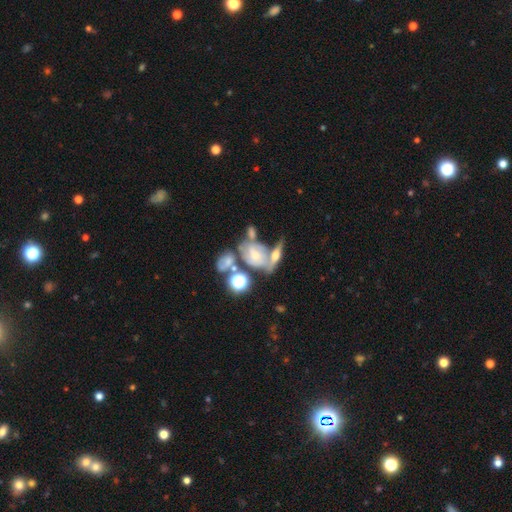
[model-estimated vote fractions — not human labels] Q: Smooth or featured?
A: featured or disk (59%); runner-up: smooth (29%)
Q: Edge-on disk?
A: no (89%); runner-up: yes (11%)
Q: Bar?
A: no (71%); runner-up: weak (22%)
Q: Spiral arms?
A: yes (57%); runner-up: no (43%)
Q: Bulge size?
A: small (53%); runner-up: moderate (33%)
Q: Merging?
A: merger (46%); runner-up: none (27%)